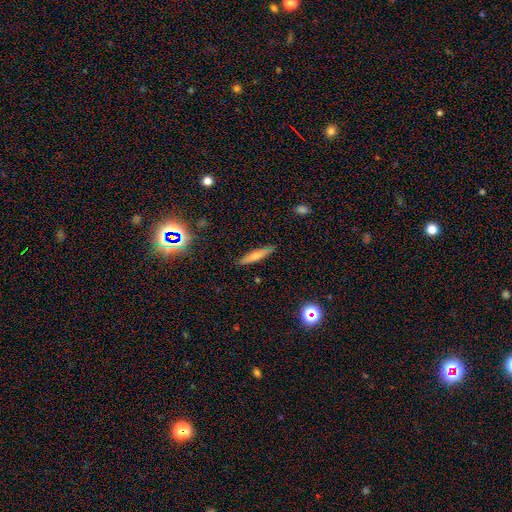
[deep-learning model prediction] smooth_or_featured: smooth (p=0.49) [alt: featured or disk p=0.38]
merging: none (p=0.89) [alt: minor disturbance p=0.08]